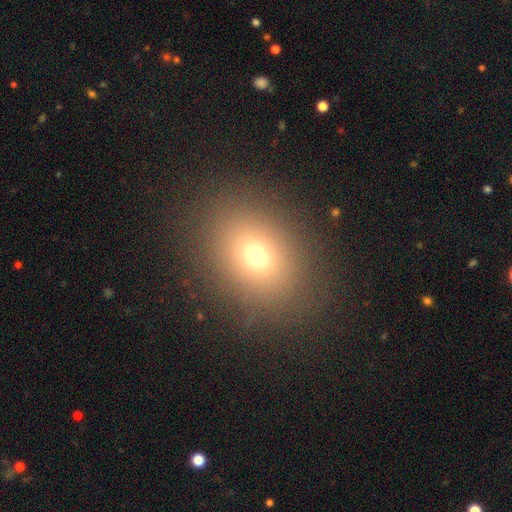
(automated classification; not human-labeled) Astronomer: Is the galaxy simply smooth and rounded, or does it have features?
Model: smooth — 70%.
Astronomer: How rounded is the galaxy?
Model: in between — 51% (runner-up: round, 47%).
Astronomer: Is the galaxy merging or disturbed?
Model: none — 86%.